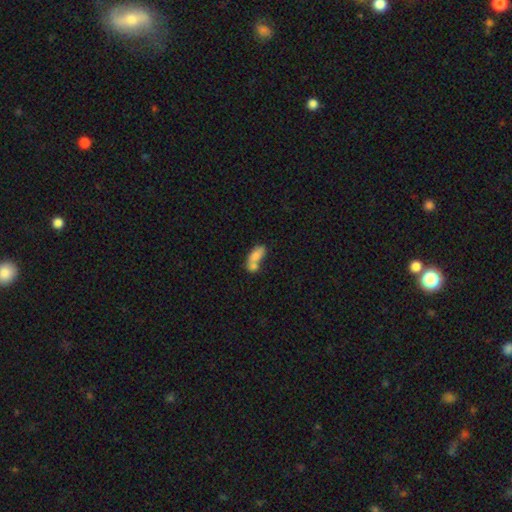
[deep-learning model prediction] Smooth or featured: smooth — 75% (featured or disk — 17%)
How rounded: in between — 81% (cigar-shaped — 13%)
Merging: merger — 59% (none — 25%)